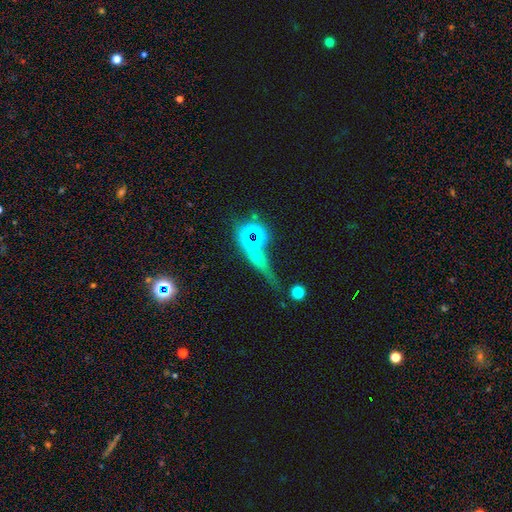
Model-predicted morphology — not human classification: Smooth or featured?
  - star or artifact: 40% *
  - smooth: 34%
  - featured or disk: 26%